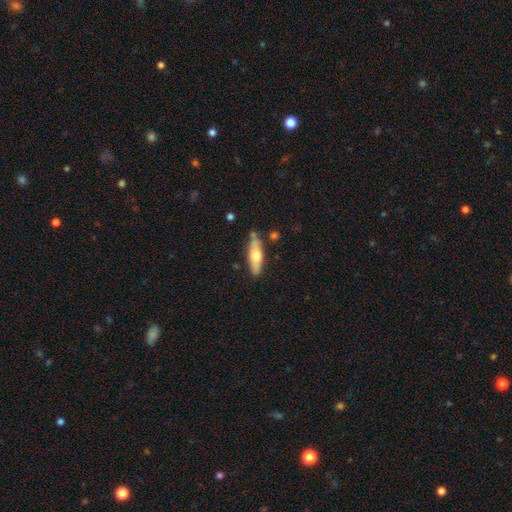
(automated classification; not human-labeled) This is possibly a smooth galaxy (54%). How rounded: possibly cigar-shaped (57%). Merging: likely none (78%).